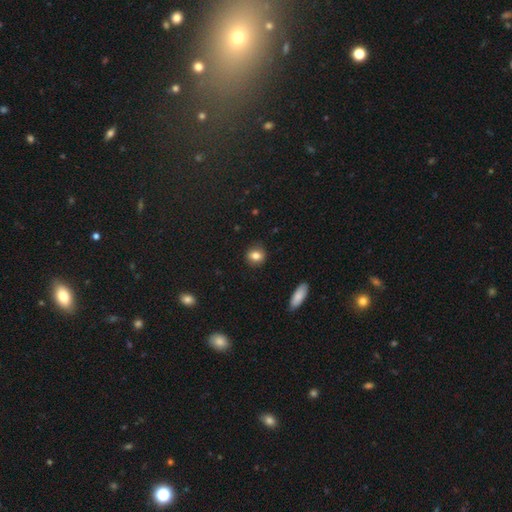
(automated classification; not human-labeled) This is clearly a smooth galaxy (81%). How rounded: likely round (64%). Merging: clearly none (87%).